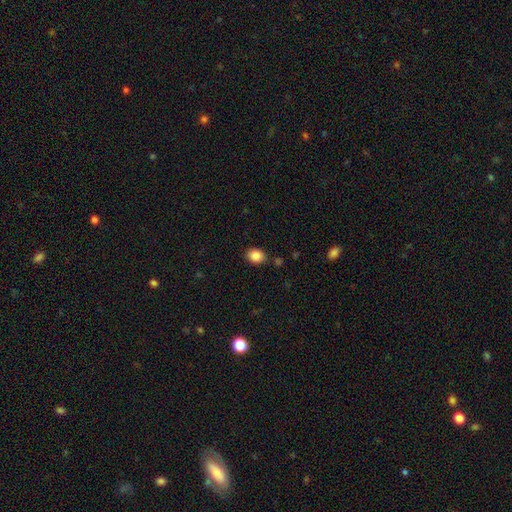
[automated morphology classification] A smooth galaxy with no disk features (87%) that is in between round and cigar-shaped (61%).

Vote fractions:
- Smooth or featured? smooth: 87% / star or artifact: 9% / featured or disk: 4%
- How rounded? in between: 61% / round: 38% / cigar-shaped: 1%
- Merging? none: 83% / minor disturbance: 11% / merger: 3% / major disturbance: 3%